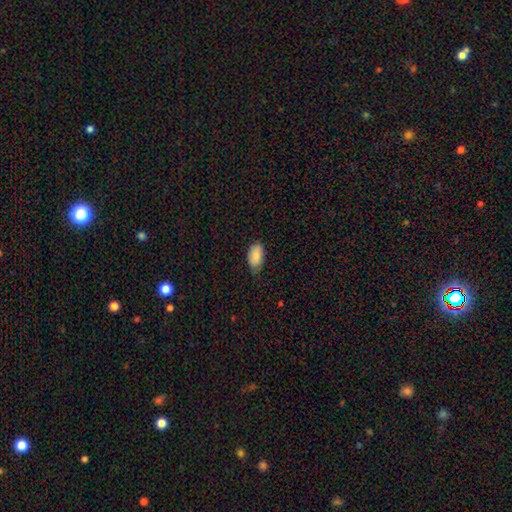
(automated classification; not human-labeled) smooth 88%, star or artifact 7%, featured or disk 6%. Down the decision tree: how rounded — in between (94%); merging — none (66%).